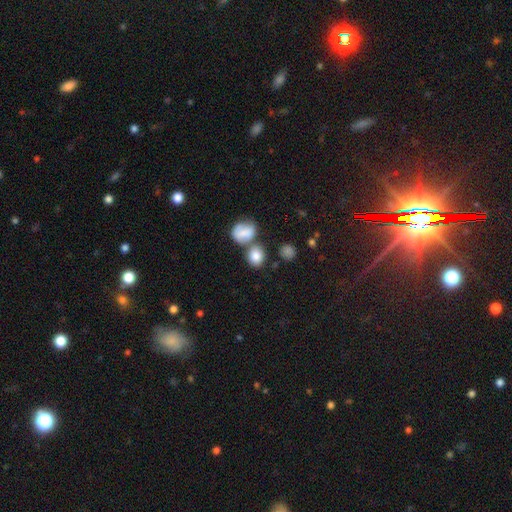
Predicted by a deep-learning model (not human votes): Smooth or featured?
  - smooth: 83% *
  - star or artifact: 8%
  - featured or disk: 8%
How rounded?
  - round: 66% *
  - in between: 33%
  - cigar-shaped: 1%
Merging?
  - none: 54% *
  - merger: 29%
  - minor disturbance: 12%
  - major disturbance: 5%